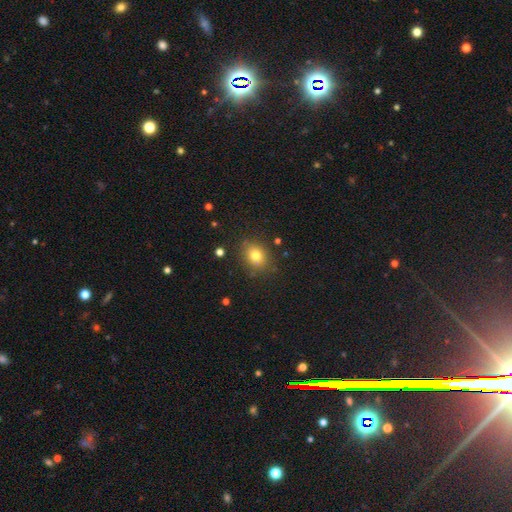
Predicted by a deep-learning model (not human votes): Smooth or featured? Predicted: smooth (p=0.76). How rounded? Predicted: round (p=0.54). Merging? Predicted: none (p=0.83).